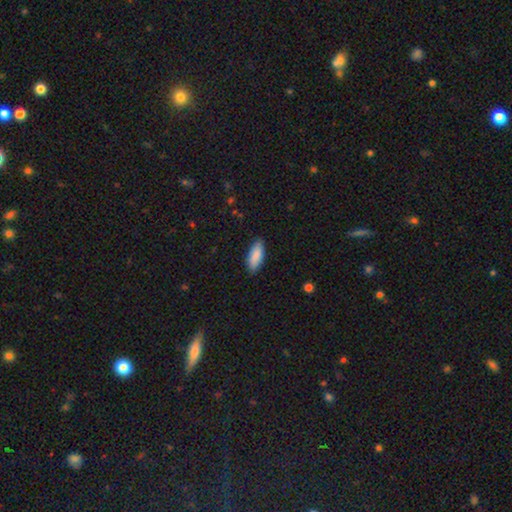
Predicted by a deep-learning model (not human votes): A smooth galaxy with no disk features (89%) that is in between round and cigar-shaped (78%). Merging: none (87%).